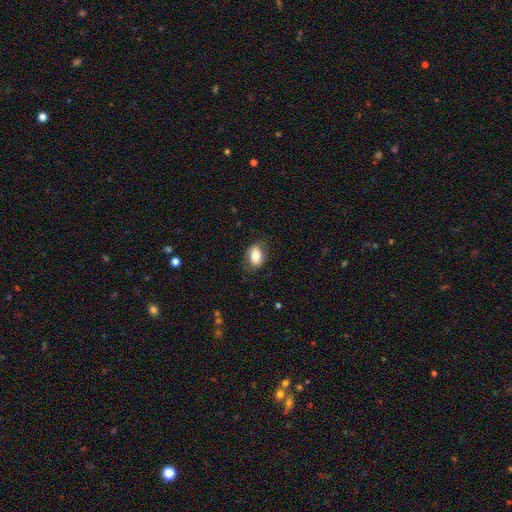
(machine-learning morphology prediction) type=smooth (80%); roundness=in between (79%); merging=none (80%).